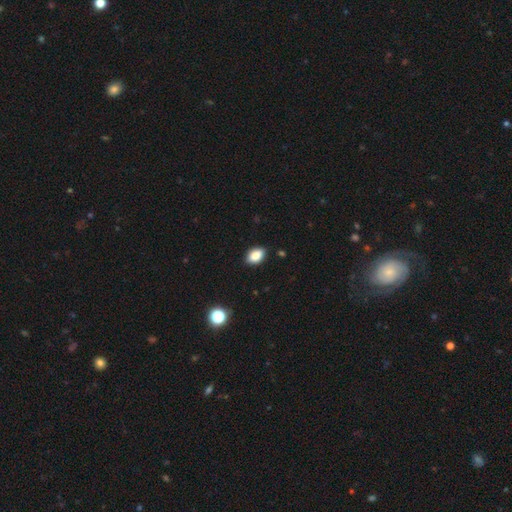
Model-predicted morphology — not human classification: A smooth galaxy with no disk features (86%) that is in between round and cigar-shaped (87%). Merging: none (87%).